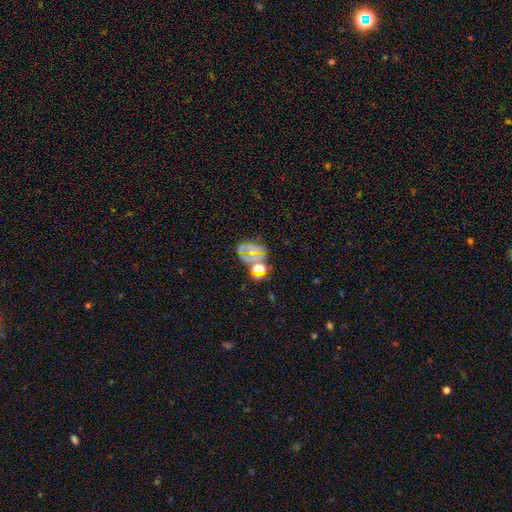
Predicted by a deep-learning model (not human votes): star or artifact 52%, smooth 26%, featured or disk 22%.